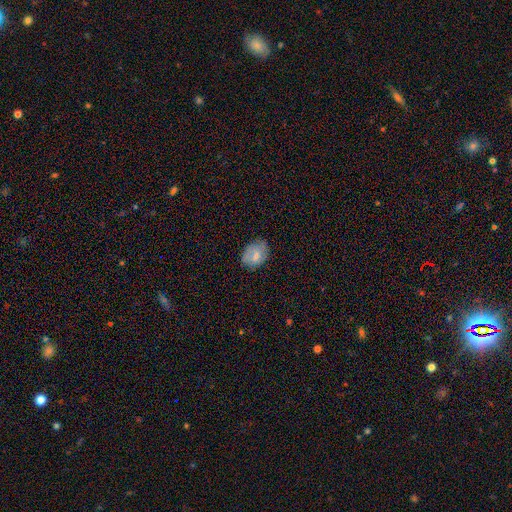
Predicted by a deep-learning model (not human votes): A smooth galaxy with no disk features (59%) that is in between round and cigar-shaped (57%).

Vote fractions:
- Smooth or featured? smooth: 59% / featured or disk: 29% / star or artifact: 12%
- How rounded? in between: 57% / round: 42% / cigar-shaped: 1%
- Merging? none: 73% / minor disturbance: 21% / major disturbance: 5% / merger: 1%